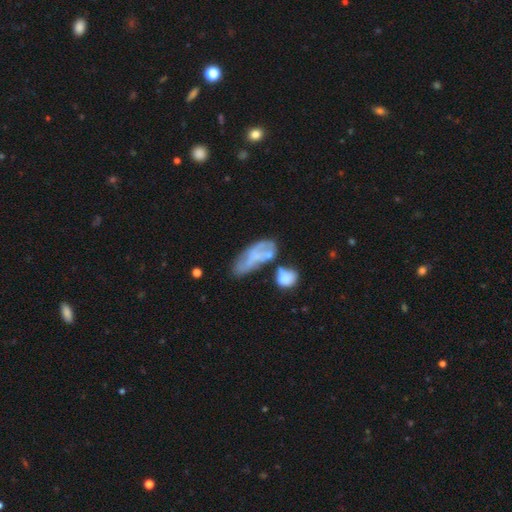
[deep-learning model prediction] This appears to be a smooth galaxy with no disk features (46%). Merging: merger (28%, tied with none).